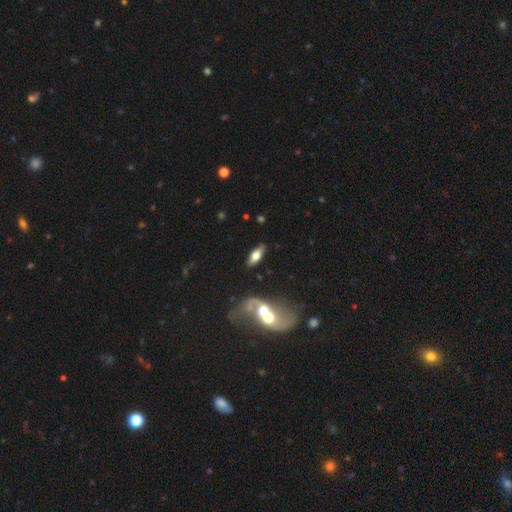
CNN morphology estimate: Overall: smooth (57%; featured or disk 35%). How rounded: in between (72%). Merging: none (81%).